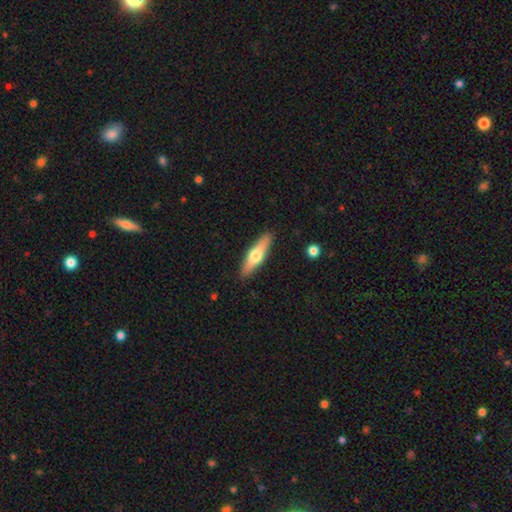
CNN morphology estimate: Smooth or featured: smooth — 52% (featured or disk — 43%)
How rounded: cigar-shaped — 71% (in between — 27%)
Merging: none — 89% (minor disturbance — 8%)